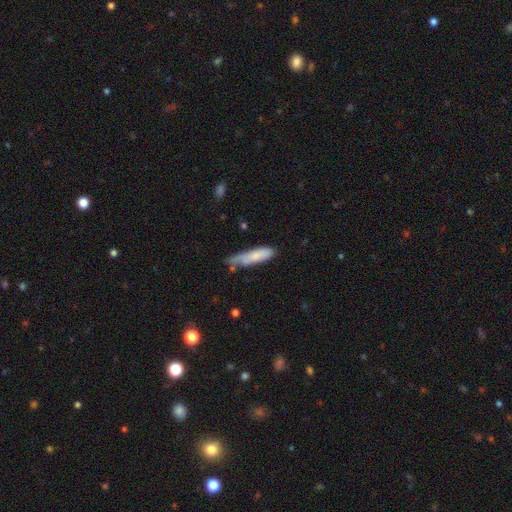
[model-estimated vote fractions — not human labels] Smooth or featured? Predicted: smooth (p=0.73). How rounded? Predicted: cigar-shaped (p=0.73). Merging? Predicted: none (p=0.44).